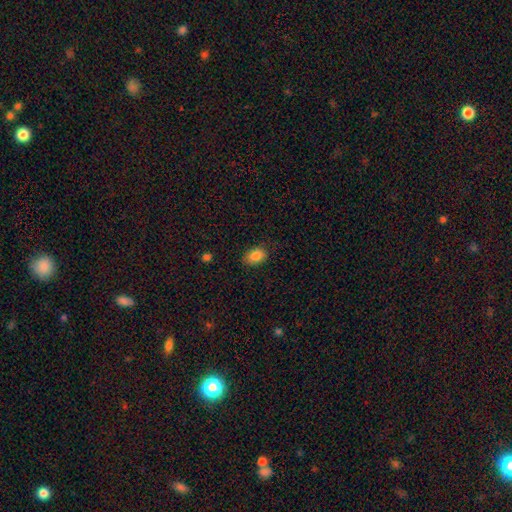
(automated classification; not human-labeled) Smooth or featured? Predicted: smooth (p=0.85). How rounded? Predicted: in between (p=0.83). Merging? Predicted: none (p=0.83).